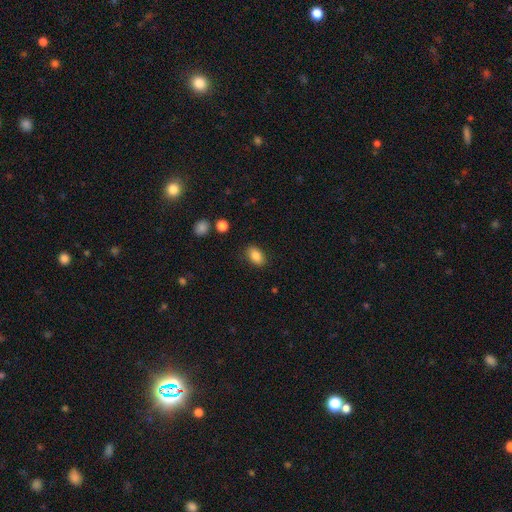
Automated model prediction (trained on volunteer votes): Smooth or featured: smooth — 85% (star or artifact — 9%)
How rounded: in between — 87% (round — 11%)
Merging: none — 85% (minor disturbance — 11%)